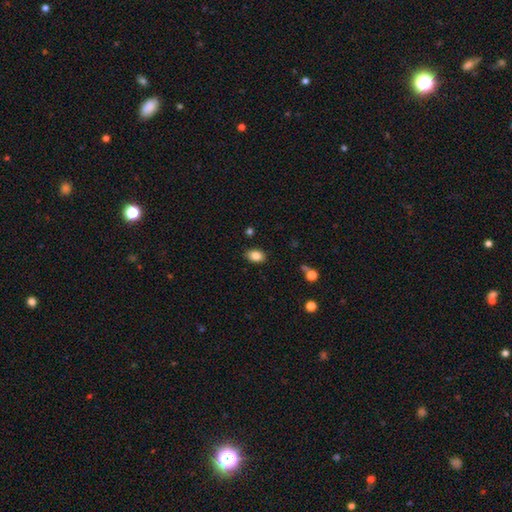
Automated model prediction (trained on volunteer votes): Overall: smooth (86%). How rounded: in between (85%). Merging: none (86%).